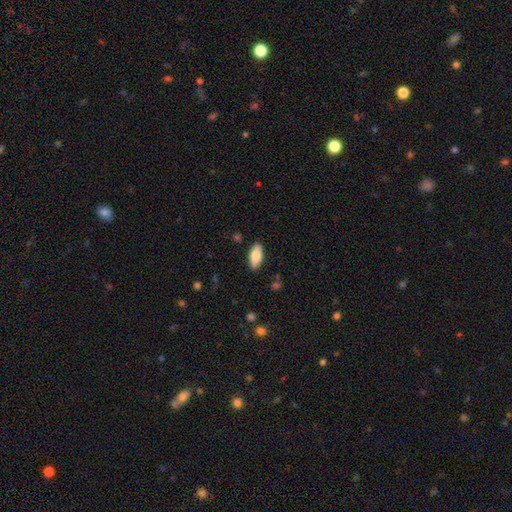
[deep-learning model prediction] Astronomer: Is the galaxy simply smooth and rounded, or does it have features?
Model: smooth — 78%.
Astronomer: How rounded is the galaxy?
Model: in between — 87%.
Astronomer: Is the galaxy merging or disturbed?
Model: none — 88%.